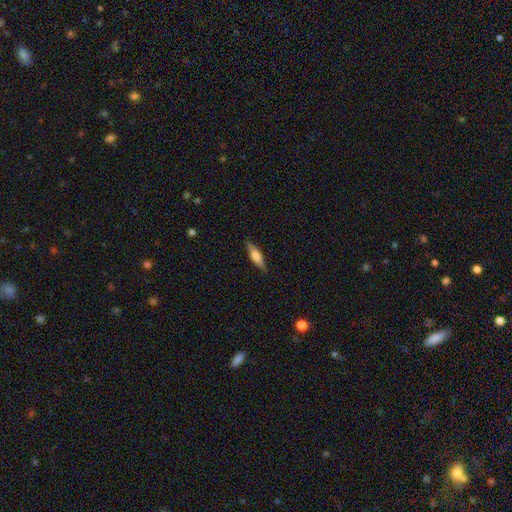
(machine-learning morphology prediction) This appears to be a smooth galaxy with no disk features (58%) that is cigar-shaped (58%). Merging: none (86%).